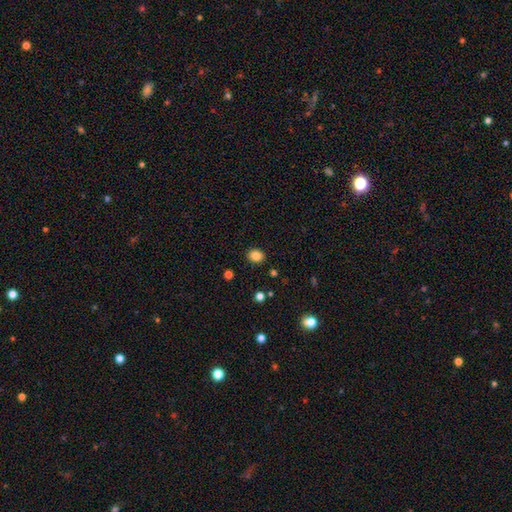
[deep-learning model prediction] Smooth or featured?
  - smooth: 84% *
  - star or artifact: 11%
  - featured or disk: 5%
How rounded?
  - round: 56% *
  - in between: 43%
  - cigar-shaped: 1%
Merging?
  - none: 89% *
  - minor disturbance: 8%
  - major disturbance: 2%
  - merger: 1%